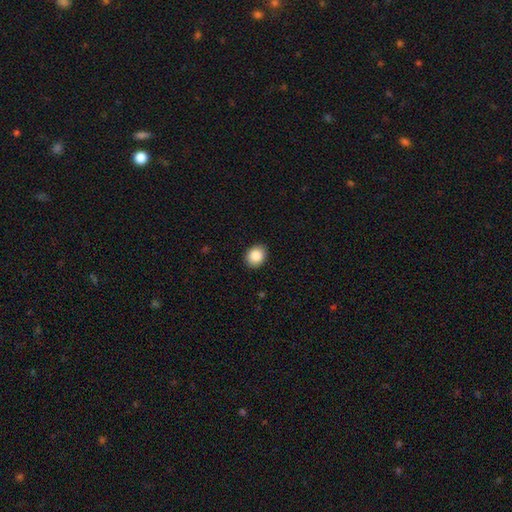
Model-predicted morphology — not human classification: Smooth or featured: smooth — 85% (star or artifact — 9%)
How rounded: round — 51% (in between — 48%)
Merging: none — 90% (minor disturbance — 7%)